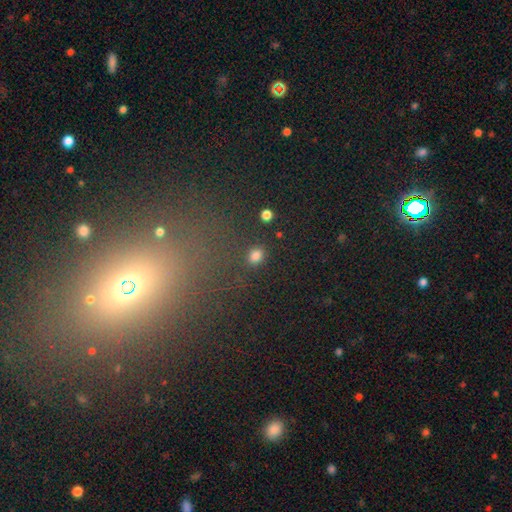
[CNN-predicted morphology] type=smooth (81%); roundness=round (51%); merging=none (86%).